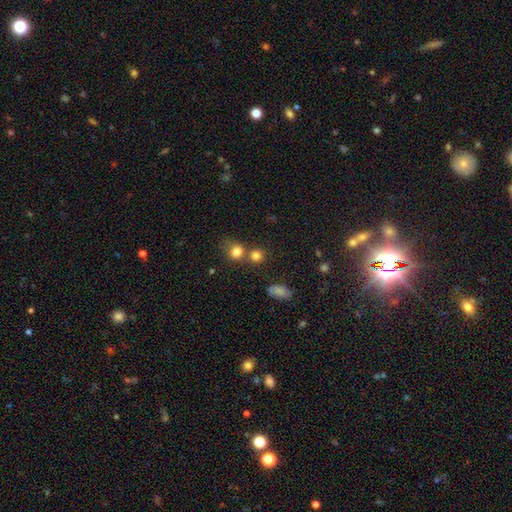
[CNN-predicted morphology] Smooth or featured? smooth (80%)
How rounded? round (85%)
Merging? none (56%)